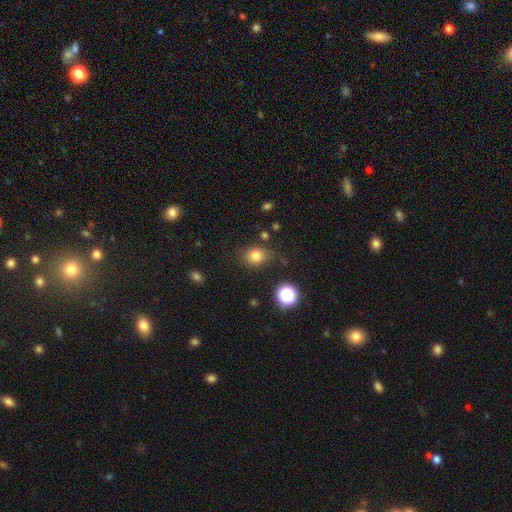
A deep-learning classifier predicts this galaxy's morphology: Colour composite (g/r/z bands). It shows a smooth galaxy with no disk features (79%) that is round (54%). Merging: none (73%).